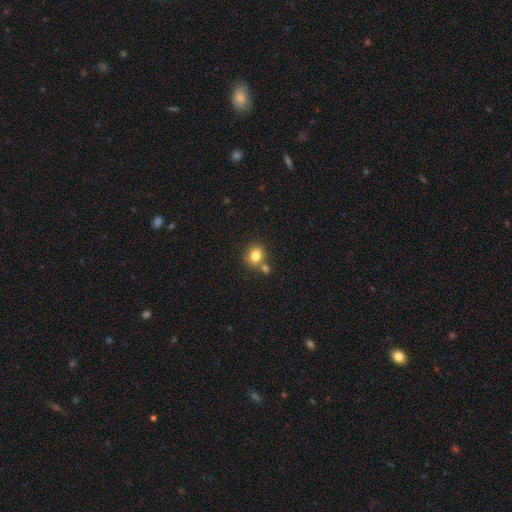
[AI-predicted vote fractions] Smooth or featured: smooth — 81% (star or artifact — 11%)
How rounded: round — 74% (in between — 26%)
Merging: none — 60% (merger — 26%)